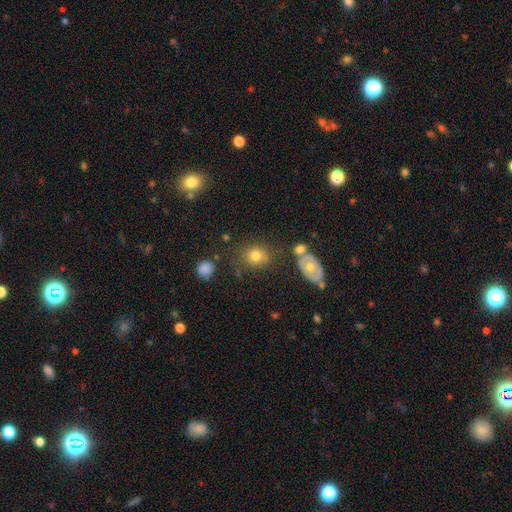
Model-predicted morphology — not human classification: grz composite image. It shows a smooth galaxy with no disk features (72%) that is round (67%). Merging: none (67%).